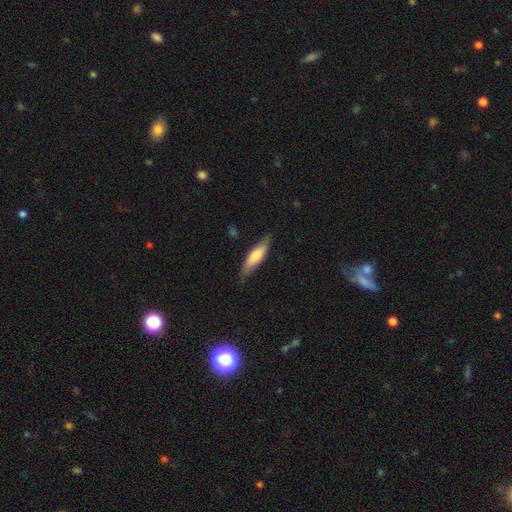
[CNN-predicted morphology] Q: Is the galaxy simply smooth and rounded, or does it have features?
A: smooth — 67%.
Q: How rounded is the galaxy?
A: cigar-shaped — 67%.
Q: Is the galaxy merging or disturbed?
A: none — 79%.